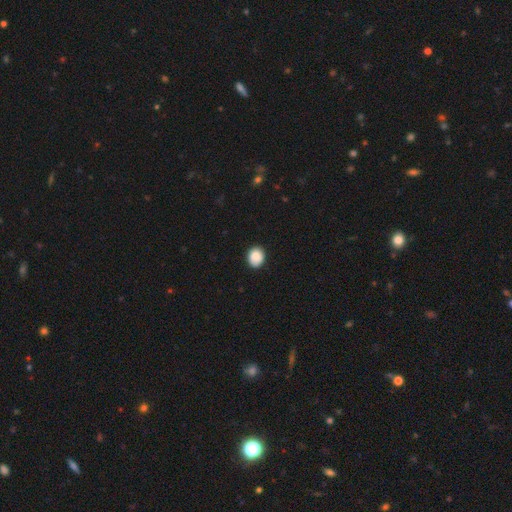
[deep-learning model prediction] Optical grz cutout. It shows a smooth galaxy with no disk features (84%) that is round (64%). Merging: none (81%).